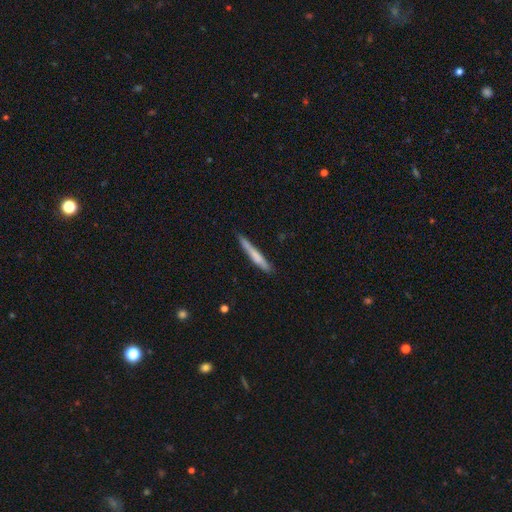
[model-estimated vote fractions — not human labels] A smooth galaxy with no disk features (64%) that is cigar-shaped (96%).

Vote fractions:
- Smooth or featured? smooth: 64% / featured or disk: 30% / star or artifact: 5%
- How rounded? cigar-shaped: 96% / in between: 3% / round: 1%
- Merging? none: 81% / minor disturbance: 14% / major disturbance: 2% / merger: 2%